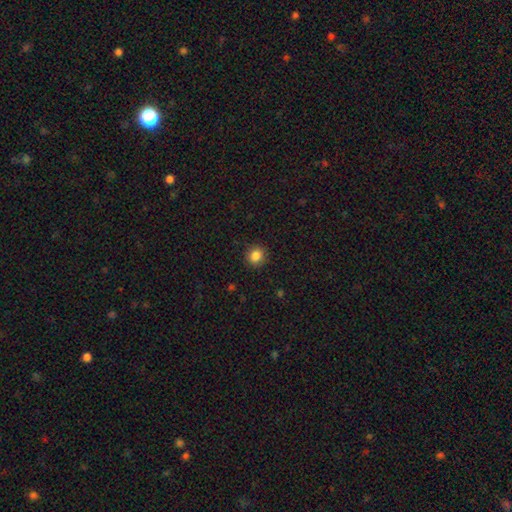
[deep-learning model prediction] smooth-or-featured: smooth: 85% | star or artifact: 11% | featured or disk: 4%
  how-rounded: round: 88% | in between: 11% | cigar-shaped: 1%
  merging: none: 91% | minor disturbance: 6% | major disturbance: 2% | merger: 1%